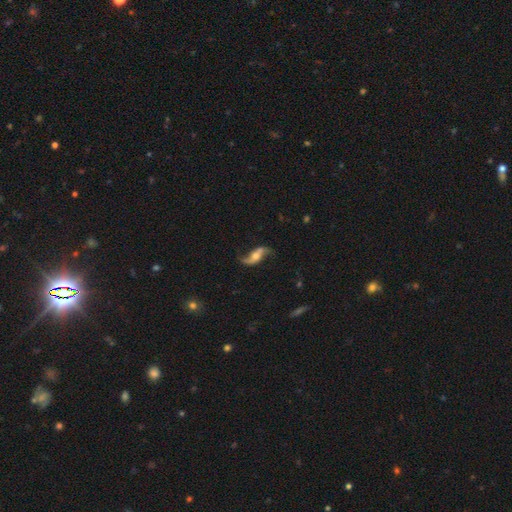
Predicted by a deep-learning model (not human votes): Smooth or featured? featured or disk (83%)
Edge-on disk? no (91%)
Bar? no (47%)
Spiral arms? yes (94%)
Spiral winding? loose (87%)
Spiral arm count? 2 (93%)
Bulge size? moderate (60%)
Merging? none (74%)